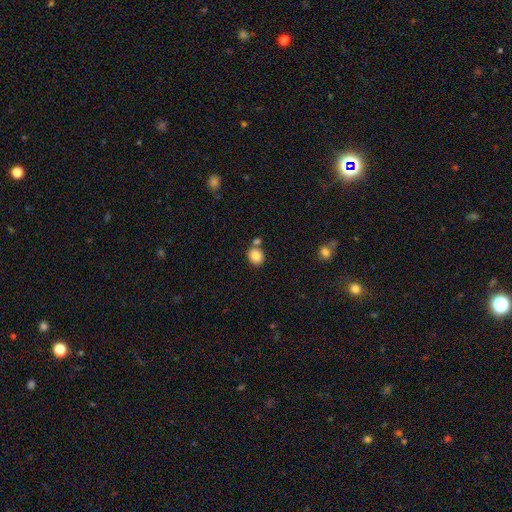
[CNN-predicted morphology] Smooth or featured? smooth (84%)
How rounded? round (65%)
Merging? none (70%)